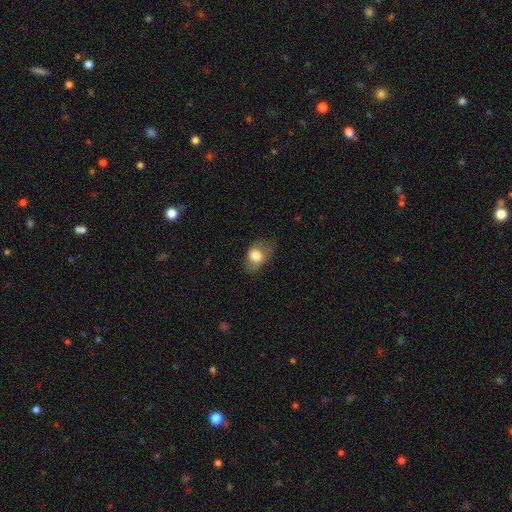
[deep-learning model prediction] Morphology: type=smooth (72%); roundness=in between (75%); merging=none (48%).